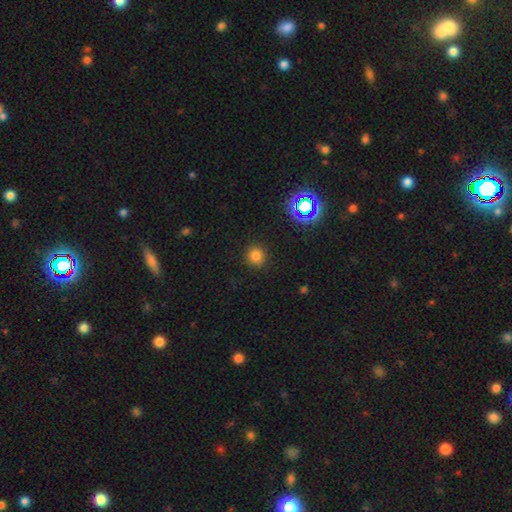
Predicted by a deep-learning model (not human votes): Smooth or featured?
  - smooth: 78% *
  - star or artifact: 17%
  - featured or disk: 5%
How rounded?
  - round: 90% *
  - in between: 9%
  - cigar-shaped: 1%
Merging?
  - none: 89% *
  - minor disturbance: 7%
  - major disturbance: 3%
  - merger: 1%